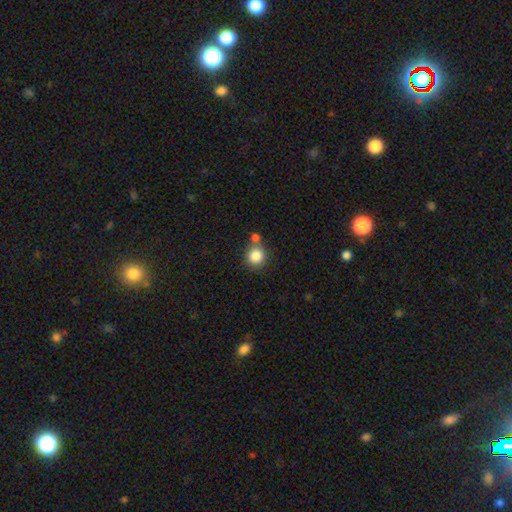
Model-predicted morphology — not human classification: Overall: smooth (84%). How rounded: round (89%). Merging: none (63%; merger 24%).